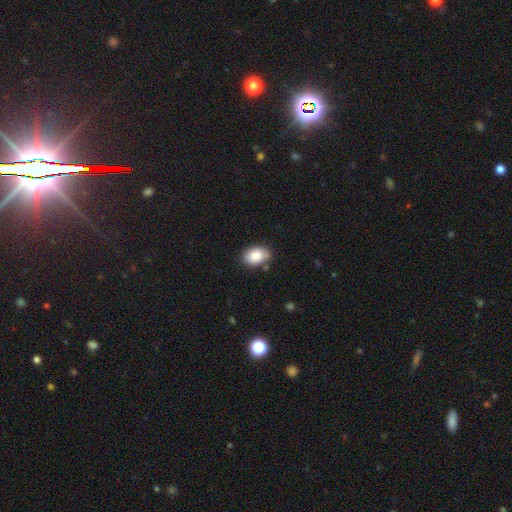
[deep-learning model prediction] smooth_or_featured: smooth (p=0.85) [alt: featured or disk p=0.08]
how_rounded: in between (p=0.84) [alt: round p=0.15]
merging: none (p=0.81) [alt: minor disturbance p=0.13]